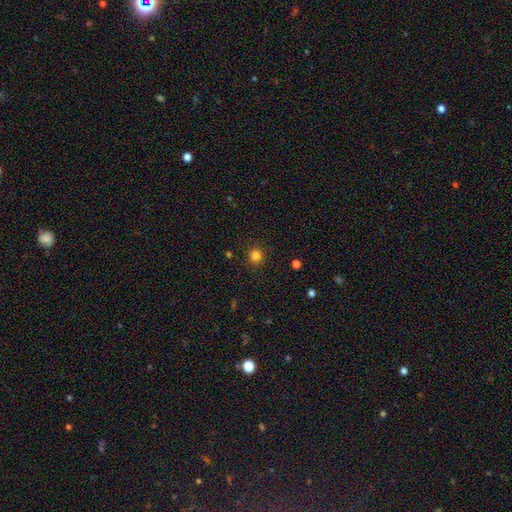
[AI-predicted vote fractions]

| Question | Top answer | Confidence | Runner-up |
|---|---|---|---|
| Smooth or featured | smooth | 83% | star or artifact (13%) |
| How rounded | round | 87% | in between (12%) |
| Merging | none | 89% | minor disturbance (7%) |